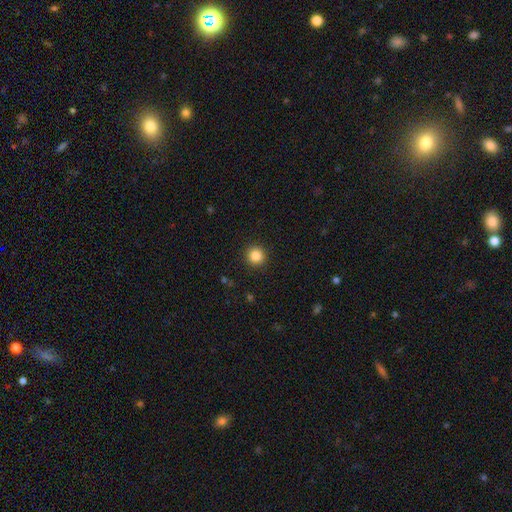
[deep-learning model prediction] Smooth or featured? Predicted: smooth (p=0.85). How rounded? Predicted: round (p=0.95). Merging? Predicted: none (p=0.93).